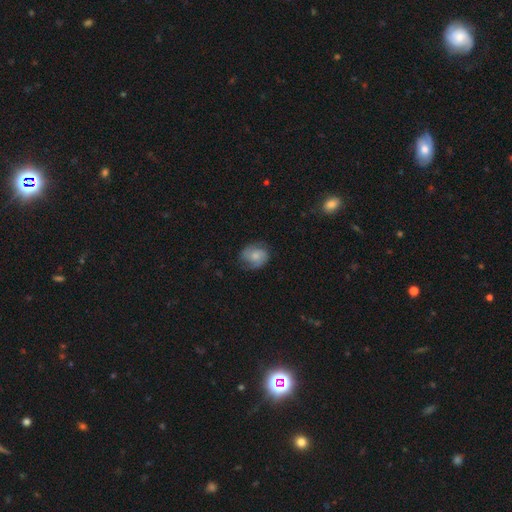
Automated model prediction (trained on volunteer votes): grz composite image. It shows a smooth galaxy with no disk features (46%, tied with featured or disk). Merging: none (69%).